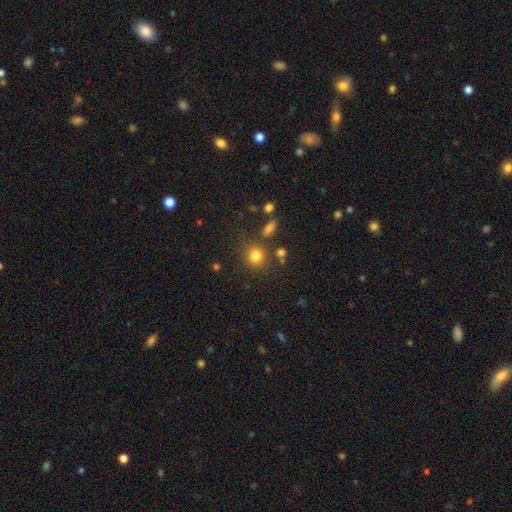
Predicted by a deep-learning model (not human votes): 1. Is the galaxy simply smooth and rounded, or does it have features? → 81% smooth, 13% star or artifact, 7% featured or disk.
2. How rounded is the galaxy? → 79% round, 19% in between, 1% cigar-shaped.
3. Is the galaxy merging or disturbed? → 77% none, 11% minor disturbance, 8% merger, 5% major disturbance.